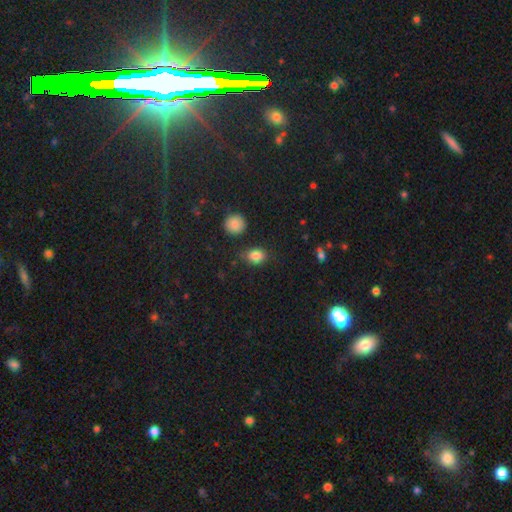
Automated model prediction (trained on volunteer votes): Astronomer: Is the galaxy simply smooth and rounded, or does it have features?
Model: smooth — 84%.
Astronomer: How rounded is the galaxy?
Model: in between — 59% (runner-up: round, 39%).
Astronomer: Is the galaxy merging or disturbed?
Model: none — 75%.